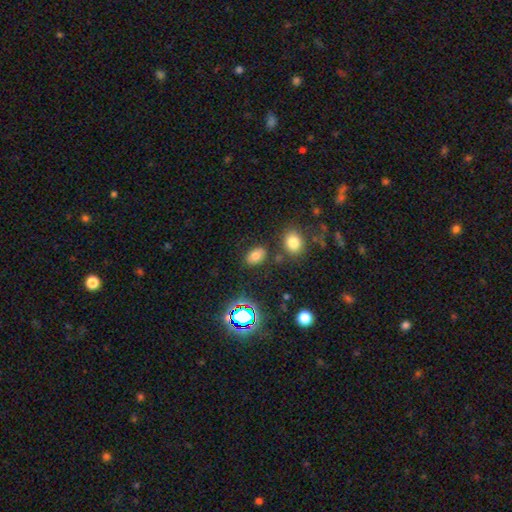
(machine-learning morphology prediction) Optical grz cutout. It shows a smooth galaxy with no disk features (72%) that is in between round and cigar-shaped (80%). Merging: none (81%).